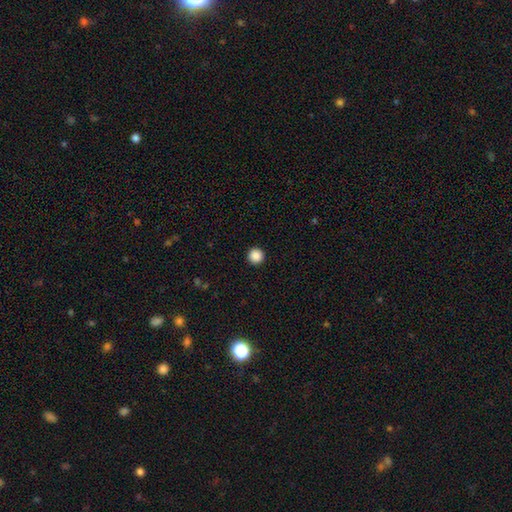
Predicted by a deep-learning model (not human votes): Overall: smooth (88%). How rounded: round (96%). Merging: none (94%).